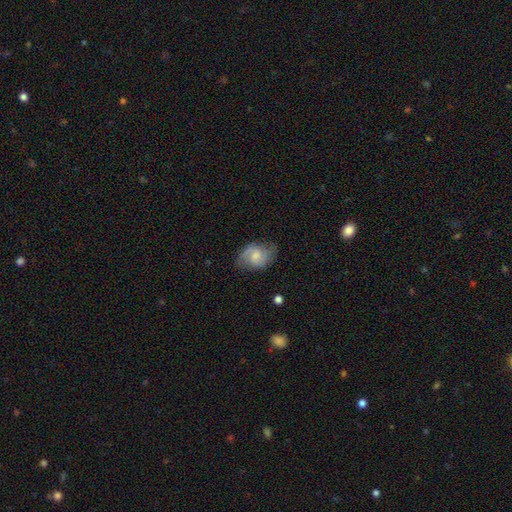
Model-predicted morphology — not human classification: The model was most divided on "bulge size": moderate: 43%, small: 42%, none: 9%, large: 5%, dominant: 1%. Remaining: edge-on disk — no (97%); spiral arms — yes (86%); merging — none (65%); smooth or featured — featured or disk (53%); bar — no (48%).